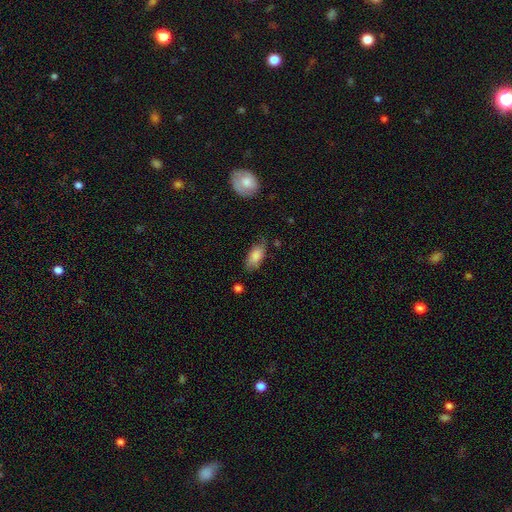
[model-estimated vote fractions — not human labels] Q: Smooth or featured?
A: smooth (78%); runner-up: featured or disk (15%)
Q: How rounded?
A: in between (87%); runner-up: cigar-shaped (10%)
Q: Merging?
A: none (66%); runner-up: minor disturbance (26%)